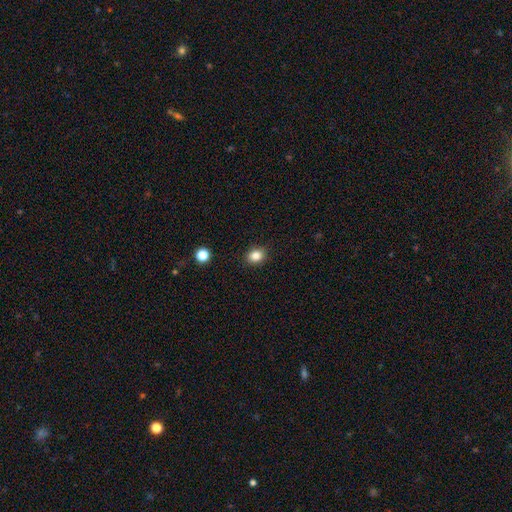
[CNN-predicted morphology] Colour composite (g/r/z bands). It shows a smooth galaxy with no disk features (84%) that is round (61%). Merging: none (90%).